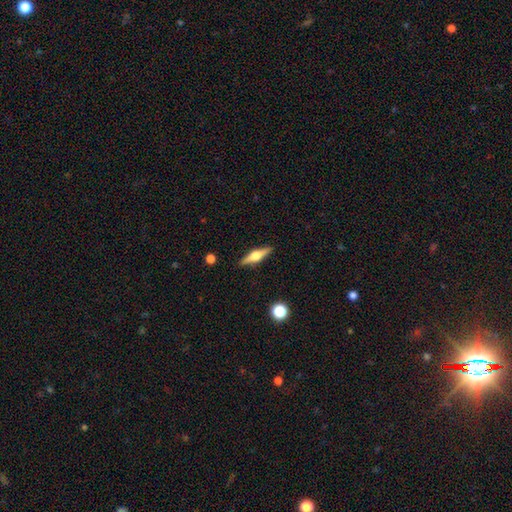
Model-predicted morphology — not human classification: smooth_or_featured: featured or disk (p=0.69) [alt: smooth p=0.25]
disk_edge_on: yes (p=0.97) [alt: no p=0.03]
edge_on_bulge: rounded (p=0.93) [alt: boxy p=0.05]
merging: none (p=0.90) [alt: minor disturbance p=0.07]